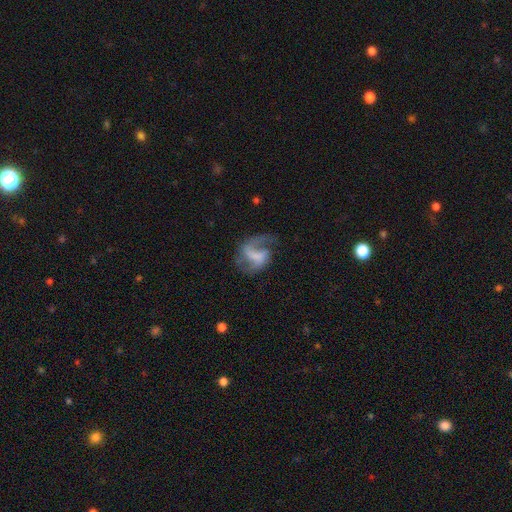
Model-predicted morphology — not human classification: Overall: featured or disk (77%). Edge-on disk: no (98%). Bar: weak (44%; strong 28%). Spiral arms: yes (91%). Spiral arm count: 2 (71%). Spiral winding: loose (48%; medium 41%). Bulge size: none (52%; small 18%). Merging: none (56%; major disturbance 22%).